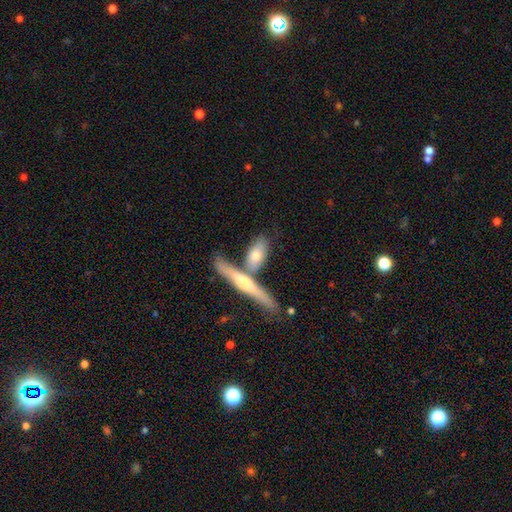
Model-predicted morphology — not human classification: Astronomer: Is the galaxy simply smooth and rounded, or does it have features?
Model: smooth — 64%.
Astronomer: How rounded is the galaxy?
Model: in between — 50% (runner-up: cigar-shaped, 45%).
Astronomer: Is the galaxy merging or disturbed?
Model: none — 49% (runner-up: merger, 33%).